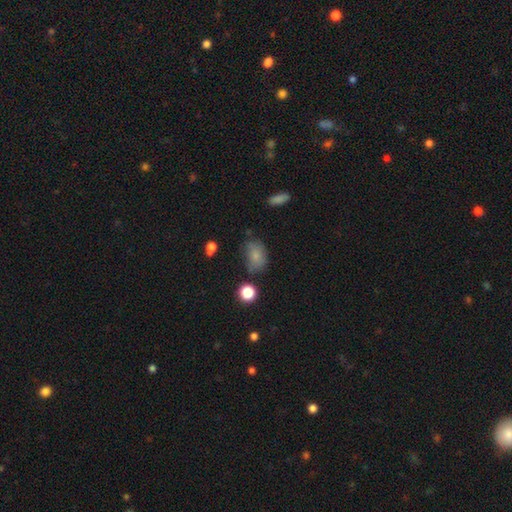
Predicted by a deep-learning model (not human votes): Morphology: type=smooth (78%); roundness=in between (79%); merging=none (59%).